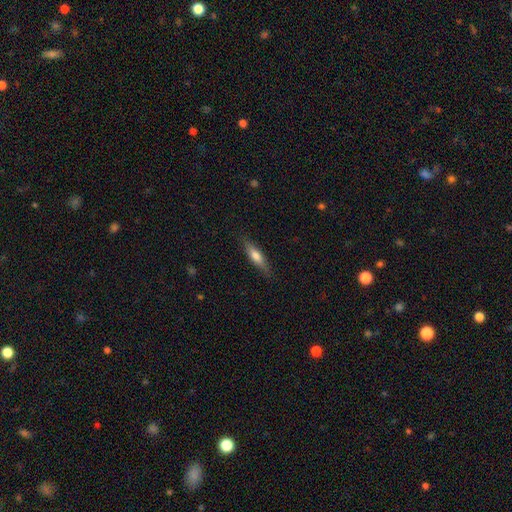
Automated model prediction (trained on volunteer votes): This is likely a smooth galaxy (60%). How rounded: likely cigar-shaped (70%). Merging: clearly none (84%).